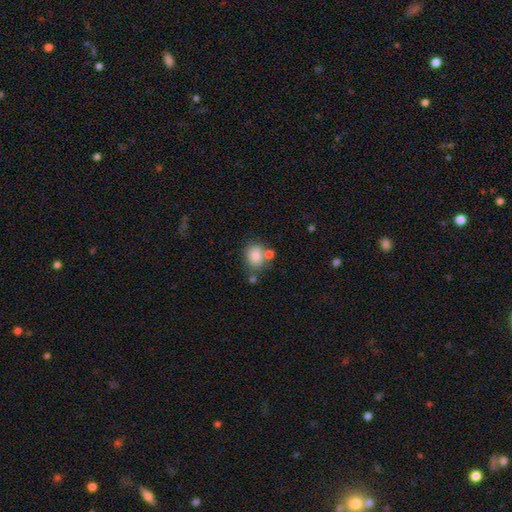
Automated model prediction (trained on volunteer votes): Morphology: type=smooth (83%); roundness=round (55%); merging=none (58%).